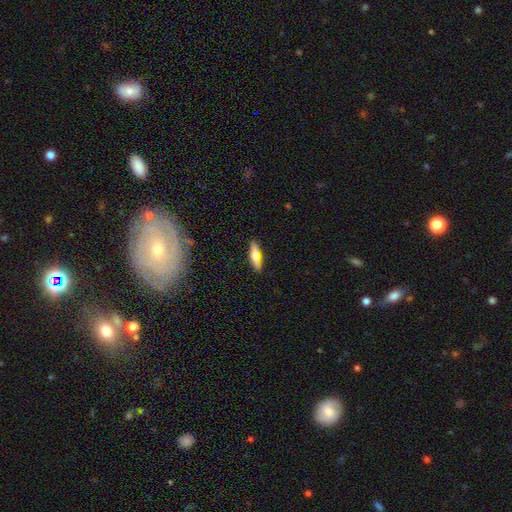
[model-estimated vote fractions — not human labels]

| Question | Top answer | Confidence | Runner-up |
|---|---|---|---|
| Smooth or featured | featured or disk | 47% | smooth (46%) |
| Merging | none | 90% | minor disturbance (7%) |